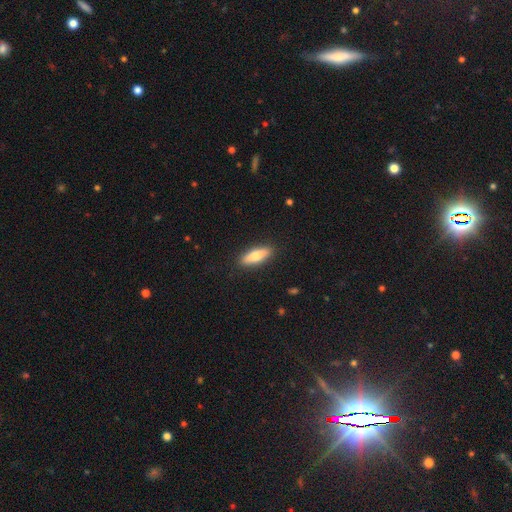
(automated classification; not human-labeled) Smooth or featured? smooth (69%)
How rounded? in between (51%)
Merging? none (89%)